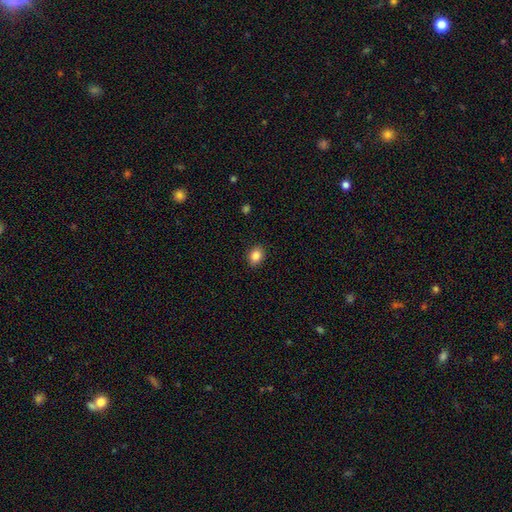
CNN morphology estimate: Smooth or featured: smooth — 86% (star or artifact — 9%)
How rounded: in between — 65% (round — 34%)
Merging: none — 89% (minor disturbance — 8%)